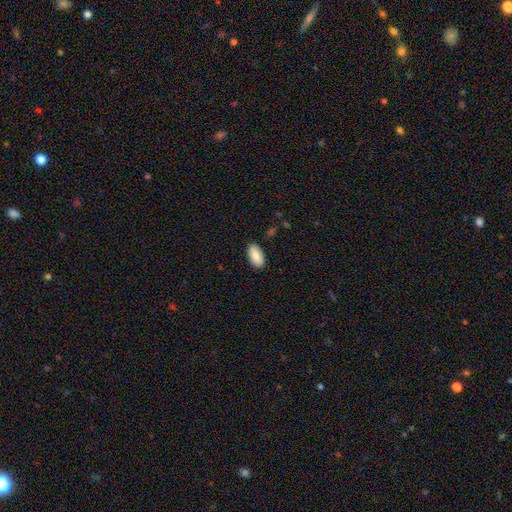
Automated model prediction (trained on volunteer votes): Q: Smooth or featured?
A: smooth (83%); runner-up: featured or disk (11%)
Q: How rounded?
A: in between (93%); runner-up: cigar-shaped (4%)
Q: Merging?
A: none (87%); runner-up: minor disturbance (10%)